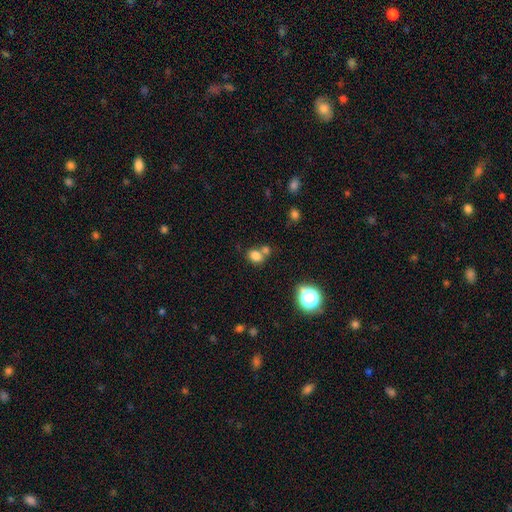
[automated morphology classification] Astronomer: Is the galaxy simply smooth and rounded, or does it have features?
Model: smooth — 78%.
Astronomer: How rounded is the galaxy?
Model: round — 51% (runner-up: in between, 48%).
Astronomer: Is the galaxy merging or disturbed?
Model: none — 50% (runner-up: merger, 35%).